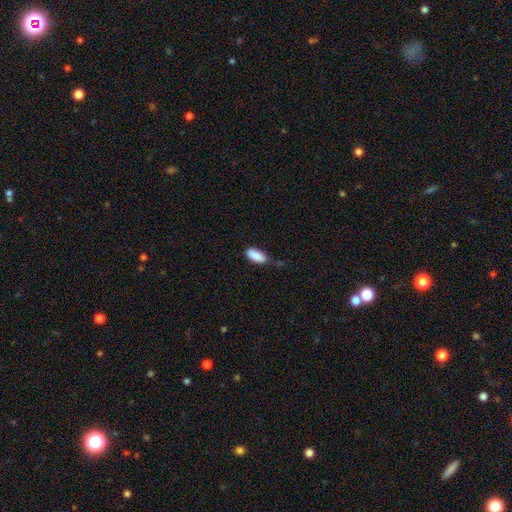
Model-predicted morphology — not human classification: type=smooth (89%); roundness=in between (88%); merging=none (56%).